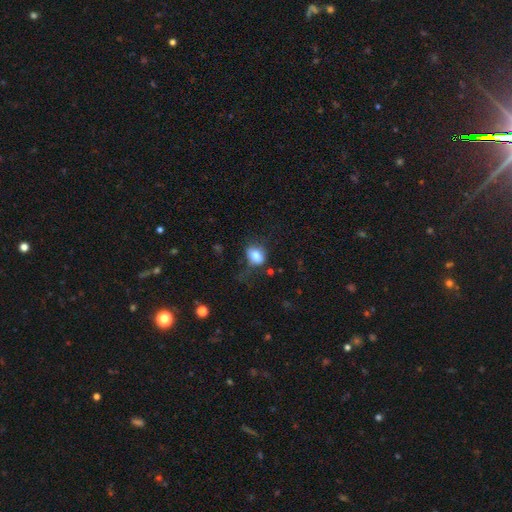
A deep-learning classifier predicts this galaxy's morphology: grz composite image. It shows a smooth galaxy with no disk features (78%) that is in between round and cigar-shaped (55%). Merging: none (53%).